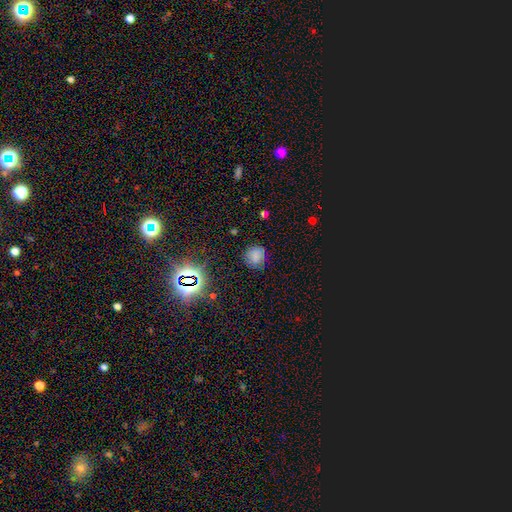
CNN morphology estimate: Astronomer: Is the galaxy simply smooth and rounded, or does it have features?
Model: smooth — 72%.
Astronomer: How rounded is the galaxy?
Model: round — 84%.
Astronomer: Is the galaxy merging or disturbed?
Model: none — 80%.